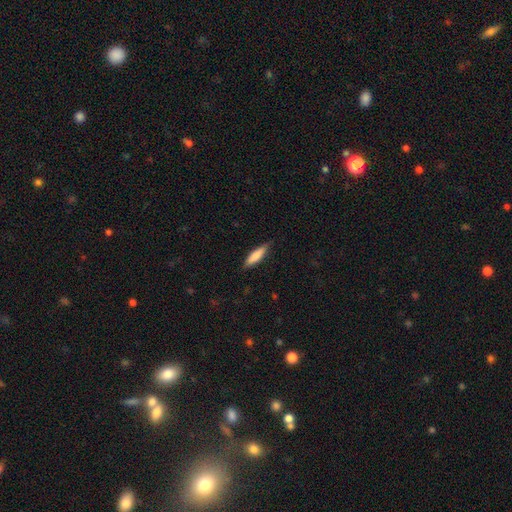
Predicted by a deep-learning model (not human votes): smooth-or-featured: smooth: 77% | featured or disk: 18% | star or artifact: 5%
  how-rounded: cigar-shaped: 70% | in between: 29% | round: 2%
  merging: none: 81% | minor disturbance: 15% | major disturbance: 2% | merger: 1%